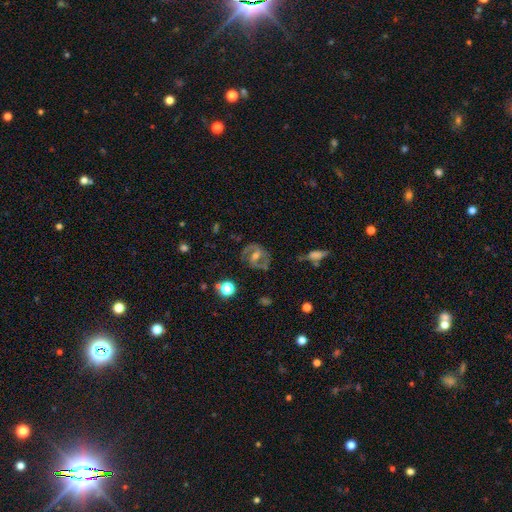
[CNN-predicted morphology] Smooth or featured? featured or disk (75%)
Edge-on disk? no (96%)
Bar? weak (43%)
Spiral arms? yes (85%)
Spiral winding? medium (51%)
Spiral arm count? 2 (85%)
Bulge size? moderate (61%)
Merging? none (74%)